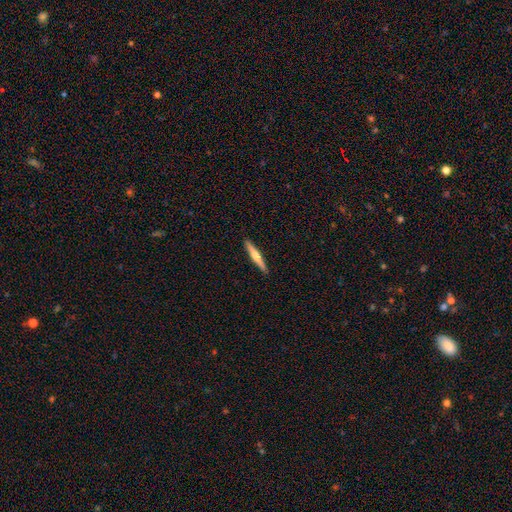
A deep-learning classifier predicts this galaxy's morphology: Smooth or featured?
  - smooth: 49% *
  - featured or disk: 46%
  - star or artifact: 5%
Merging?
  - none: 92% *
  - minor disturbance: 6%
  - major disturbance: 1%
  - merger: 1%